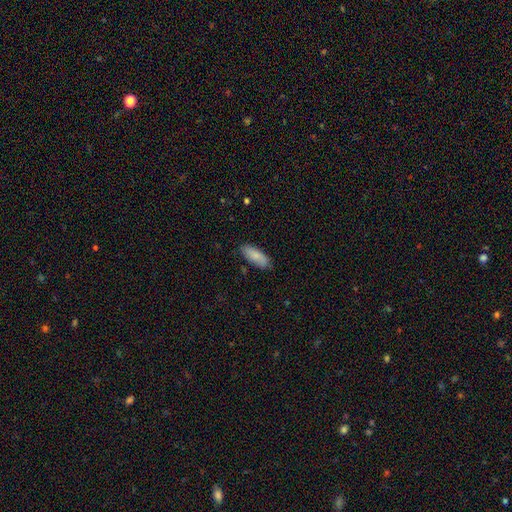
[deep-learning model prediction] Smooth or featured? Predicted: smooth (p=0.82). How rounded? Predicted: in between (p=0.77). Merging? Predicted: none (p=0.82).